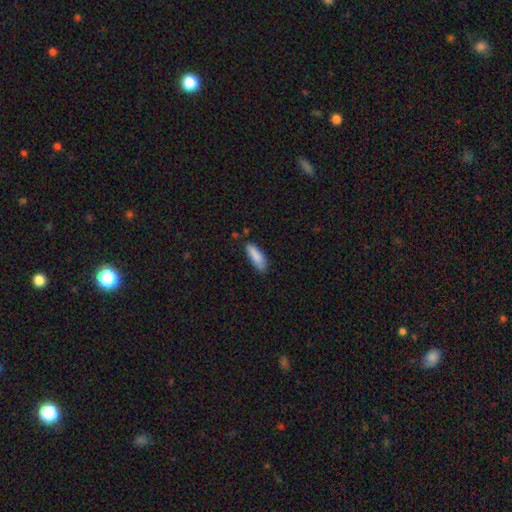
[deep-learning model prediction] Q: Smooth or featured?
A: smooth (87%); runner-up: star or artifact (7%)
Q: How rounded?
A: in between (58%); runner-up: cigar-shaped (40%)
Q: Merging?
A: none (72%); runner-up: minor disturbance (22%)